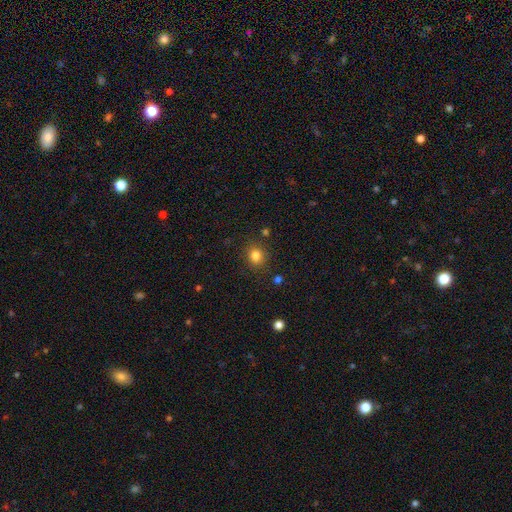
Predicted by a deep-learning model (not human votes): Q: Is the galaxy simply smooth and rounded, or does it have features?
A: smooth — 82%.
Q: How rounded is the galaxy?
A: round — 82%.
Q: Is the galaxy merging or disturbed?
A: none — 86%.